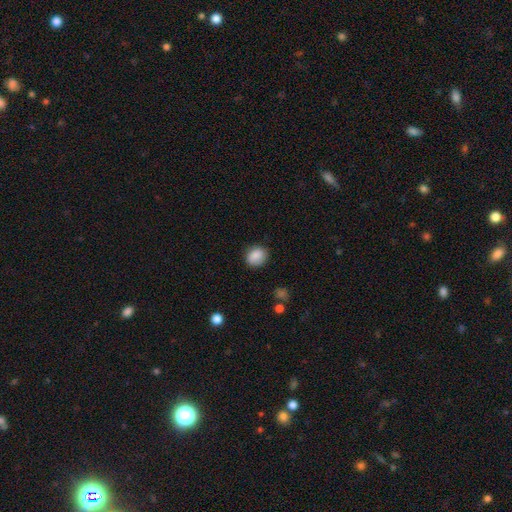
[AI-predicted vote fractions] The model was most divided on "how rounded": round: 67%, in between: 32%, cigar-shaped: 1%. More confident: smooth or featured — smooth (85%); merging — none (82%).